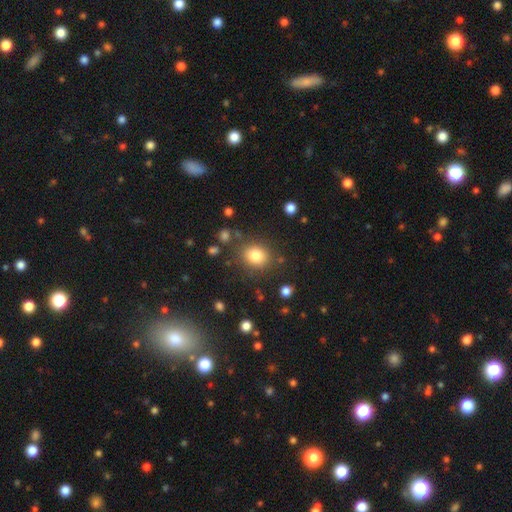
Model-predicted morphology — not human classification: The model was most divided on "how rounded": round: 65%, in between: 34%, cigar-shaped: 1%. More confident: merging — none (82%); smooth or featured — smooth (81%).